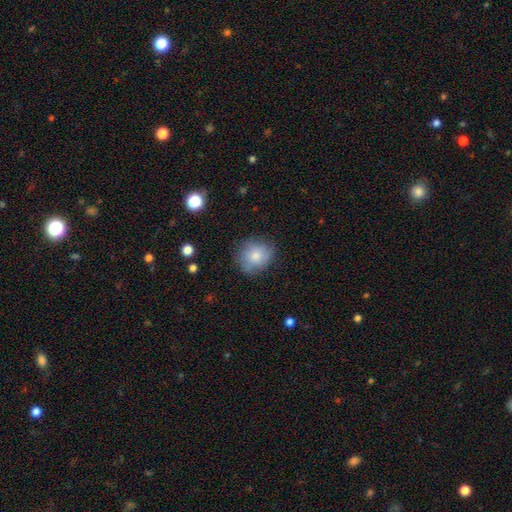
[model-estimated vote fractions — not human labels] smooth_or_featured: smooth (p=0.79) [alt: featured or disk p=0.13]
how_rounded: round (p=0.77) [alt: in between p=0.22]
merging: none (p=0.73) [alt: minor disturbance p=0.20]